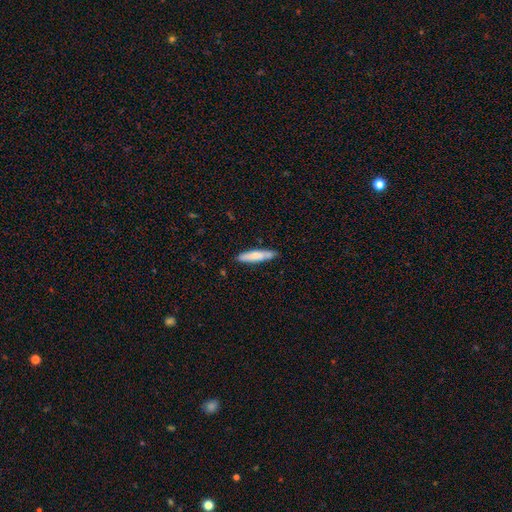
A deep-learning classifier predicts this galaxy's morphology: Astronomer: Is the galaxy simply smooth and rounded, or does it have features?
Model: smooth — 73%.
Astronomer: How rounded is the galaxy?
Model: cigar-shaped — 80%.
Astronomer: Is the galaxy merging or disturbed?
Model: none — 83%.